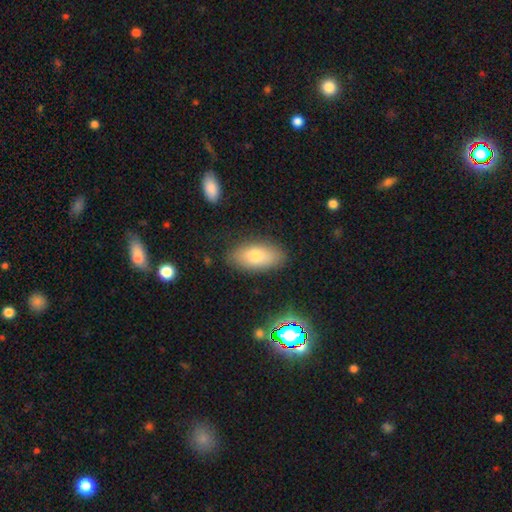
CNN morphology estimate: smooth 74%, featured or disk 17%, star or artifact 8%. Down the decision tree: how rounded — in between (88%); merging — none (84%).